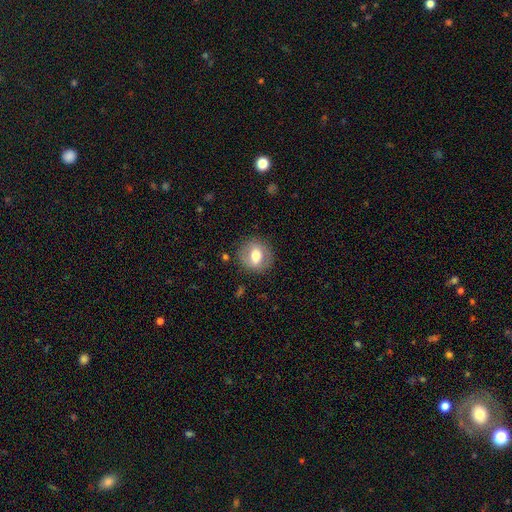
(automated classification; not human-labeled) Smooth or featured? smooth (60%)
How rounded? round (77%)
Merging? none (83%)